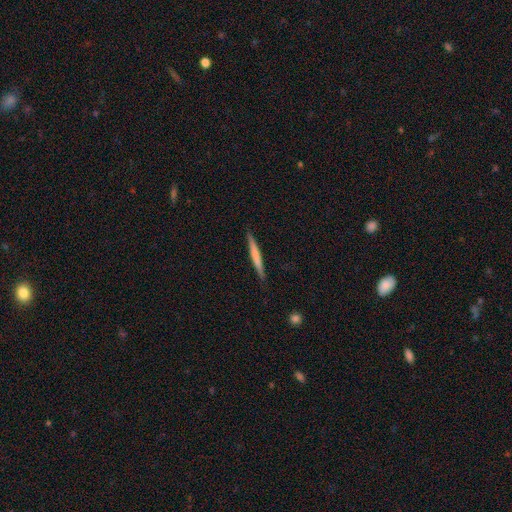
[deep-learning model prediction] Overall: smooth (55%; featured or disk 40%). How rounded: cigar-shaped (96%). Merging: none (90%).